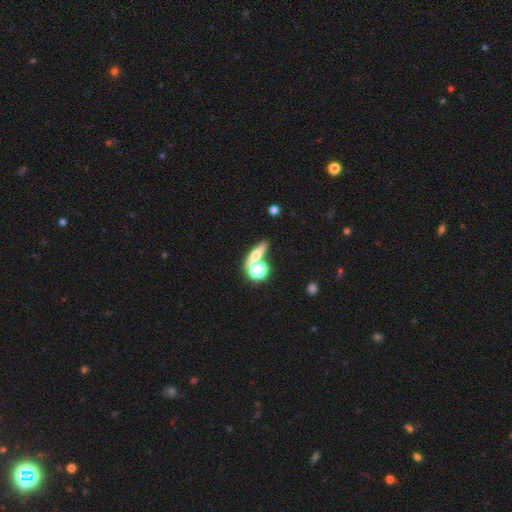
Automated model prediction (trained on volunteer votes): Smooth or featured?
  - smooth: 56% *
  - featured or disk: 25%
  - star or artifact: 19%
How rounded?
  - cigar-shaped: 35% *
  - round: 33%
  - in between: 32%
Merging?
  - none: 58% *
  - merger: 27%
  - minor disturbance: 10%
  - major disturbance: 5%